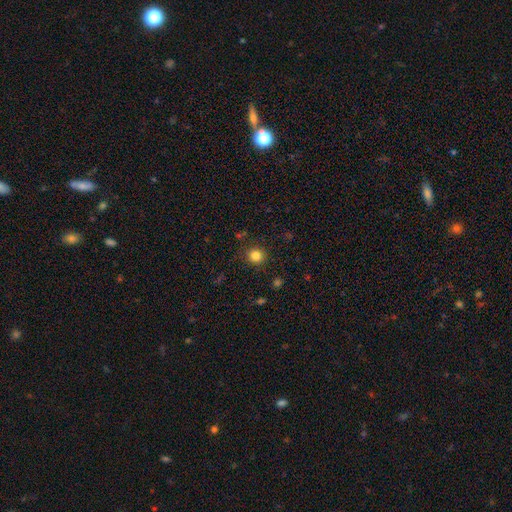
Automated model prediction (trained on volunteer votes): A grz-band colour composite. It shows a smooth galaxy with no disk features (83%) that is round (91%). Merging: none (88%).